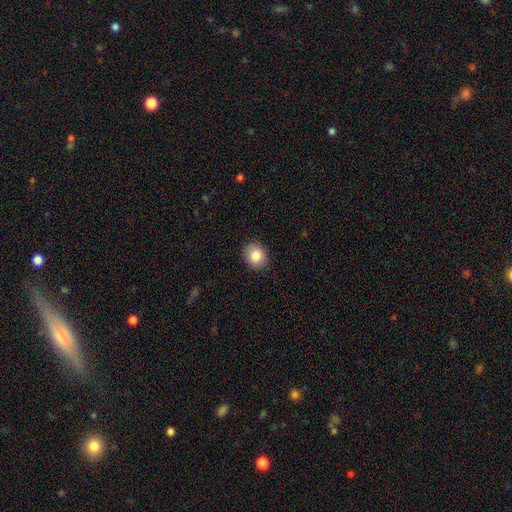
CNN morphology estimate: Smooth or featured? Predicted: smooth (p=0.85). How rounded? Predicted: round (p=0.71). Merging? Predicted: none (p=0.89).